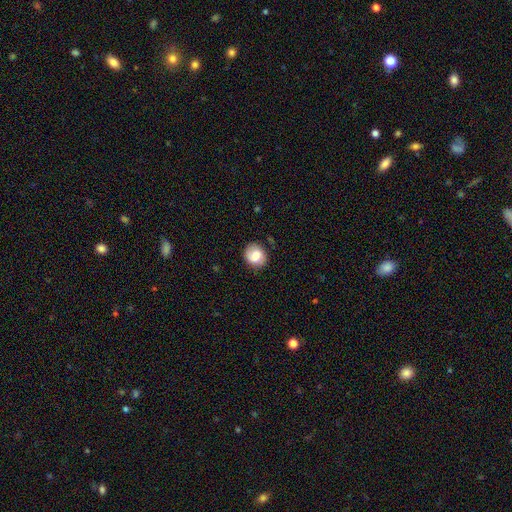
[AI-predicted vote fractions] Smooth or featured: smooth — 73% (featured or disk — 19%)
How rounded: round — 76% (in between — 23%)
Merging: none — 79% (minor disturbance — 15%)